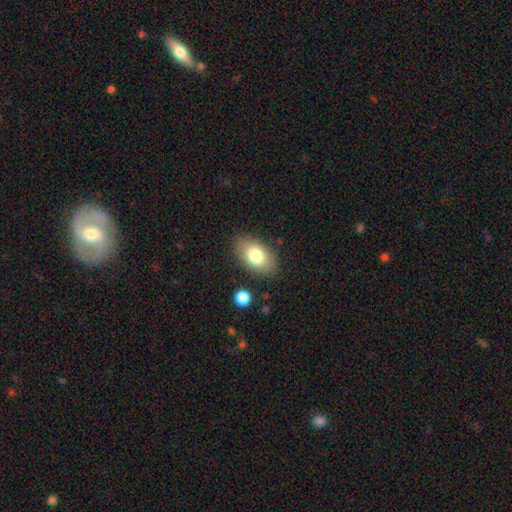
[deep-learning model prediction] Smooth or featured? smooth (79%)
How rounded? in between (92%)
Merging? none (83%)